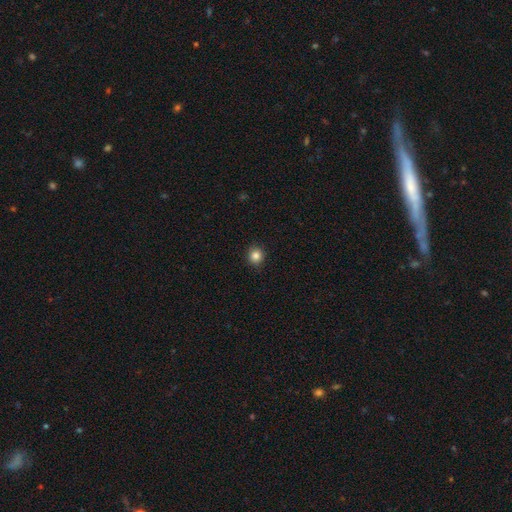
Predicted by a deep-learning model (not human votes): Overall: smooth (84%). How rounded: round (90%). Merging: none (92%).